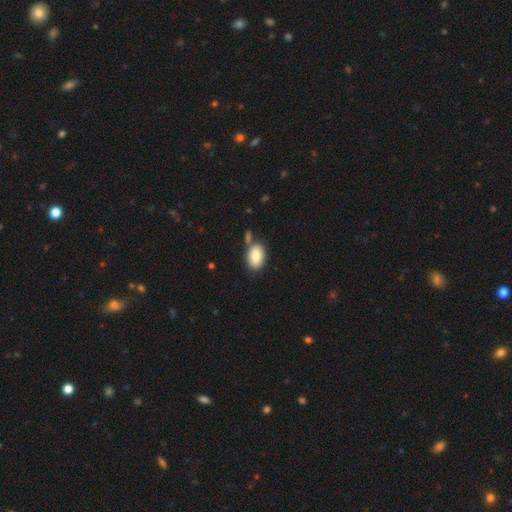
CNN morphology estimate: Smooth or featured: smooth — 81% (featured or disk — 12%)
How rounded: in between — 87% (round — 12%)
Merging: none — 64% (merger — 16%)